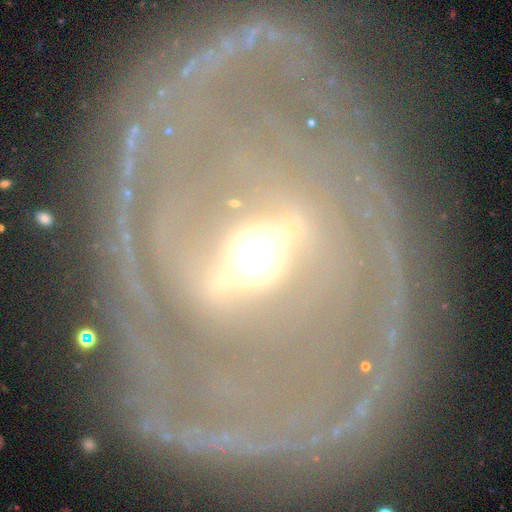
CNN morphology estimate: A featured or disk galaxy (88%) with a strong bar (76%), 2 (43%) tight (62%) spiral arms (82%) and a moderate central bulge (60%).

Vote fractions:
- Smooth or featured? featured or disk: 88% / smooth: 6% / star or artifact: 6%
- Edge-on disk? no: 85% / yes: 15%
- Bar? strong: 76% / weak: 17% / no: 8%
- Spiral arms? yes: 82% / no: 18%
- Spiral winding? tight: 62% / medium: 27% / loose: 12%
- Spiral arm count? 2: 43% / can't tell: 26% / 3: 9% / more than 4: 8% / 4: 8% / 1: 7%
- Bulge size? moderate: 60% / small: 24% / large: 13% / dominant: 2% / none: 1%
- Merging? none: 73% / minor disturbance: 13% / major disturbance: 11% / merger: 4%